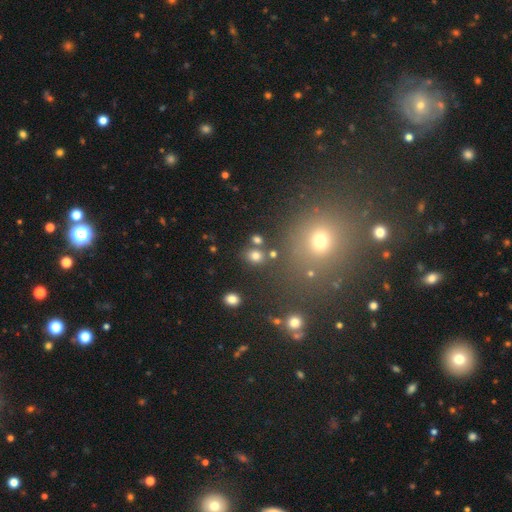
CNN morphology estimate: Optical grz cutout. It shows a smooth galaxy with no disk features (76%) that is round (64%). Merging: none (77%).